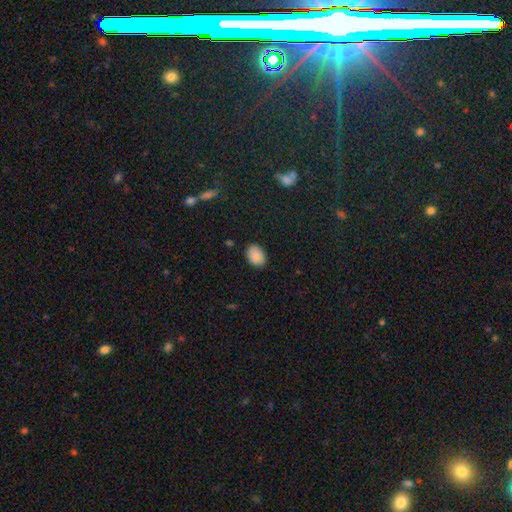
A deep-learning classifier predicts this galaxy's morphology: This is clearly a smooth galaxy (86%). How rounded: likely in between (78%). Merging: clearly none (83%).